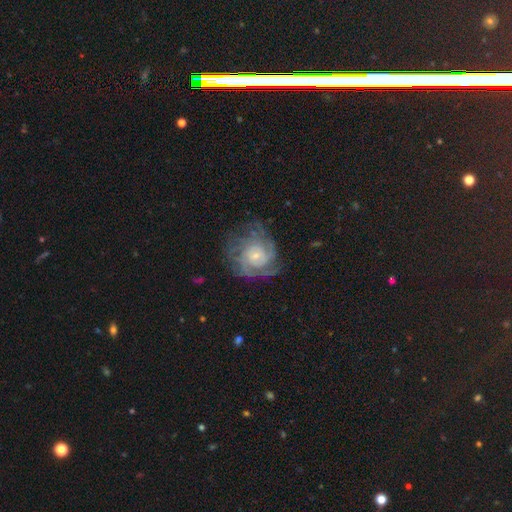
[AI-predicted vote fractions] A featured or disk galaxy (83%) with no bar (73%), tight (62%) spiral arms (94%) and a small central bulge (64%). Merging: none (68%).